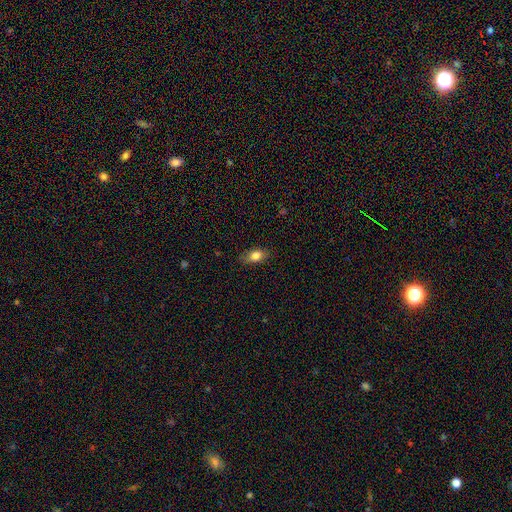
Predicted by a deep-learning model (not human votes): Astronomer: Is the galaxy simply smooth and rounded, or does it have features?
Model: smooth — 81%.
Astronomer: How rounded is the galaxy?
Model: in between — 84%.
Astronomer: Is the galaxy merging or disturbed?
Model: none — 80%.